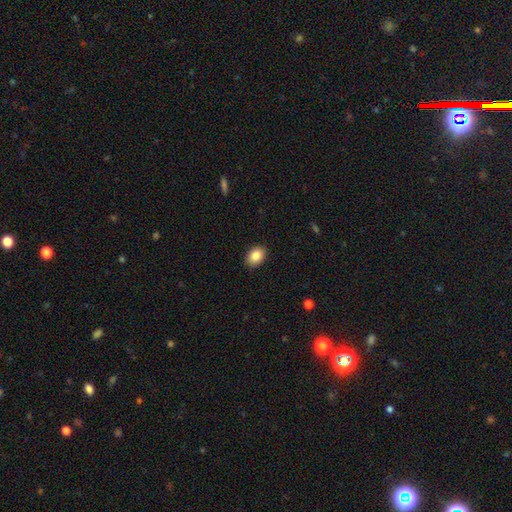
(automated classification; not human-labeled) This is clearly a smooth galaxy (87%). How rounded: likely in between (77%). Merging: clearly none (89%).